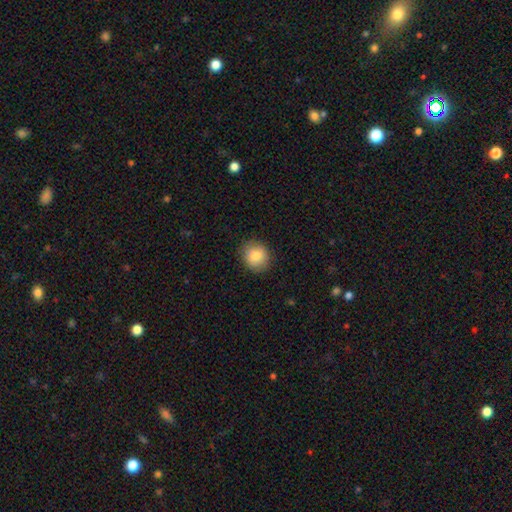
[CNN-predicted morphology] Q: Smooth or featured?
A: smooth (84%); runner-up: star or artifact (8%)
Q: How rounded?
A: round (83%); runner-up: in between (16%)
Q: Merging?
A: none (88%); runner-up: minor disturbance (9%)